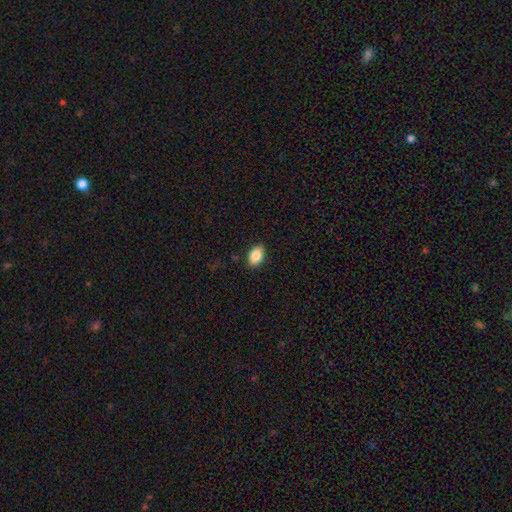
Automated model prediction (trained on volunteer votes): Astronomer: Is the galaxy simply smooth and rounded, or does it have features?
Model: smooth — 85%.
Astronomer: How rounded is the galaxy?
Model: in between — 89%.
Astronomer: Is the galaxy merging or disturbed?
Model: none — 87%.